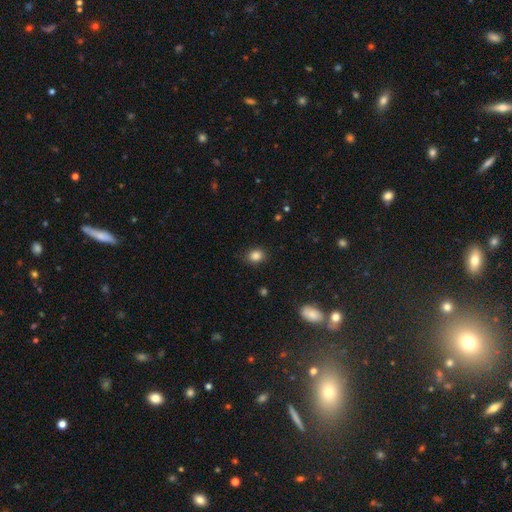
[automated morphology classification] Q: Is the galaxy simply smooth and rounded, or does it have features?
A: smooth — 85%.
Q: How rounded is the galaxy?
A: round — 61%.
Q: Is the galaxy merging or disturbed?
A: none — 84%.